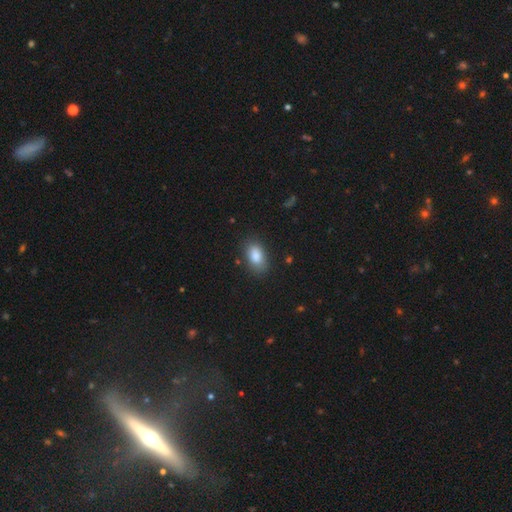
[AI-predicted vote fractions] The model was most divided on "merging": none: 81%, minor disturbance: 14%, major disturbance: 3%, merger: 2%. More confident: how rounded — in between (91%); smooth or featured — smooth (86%).